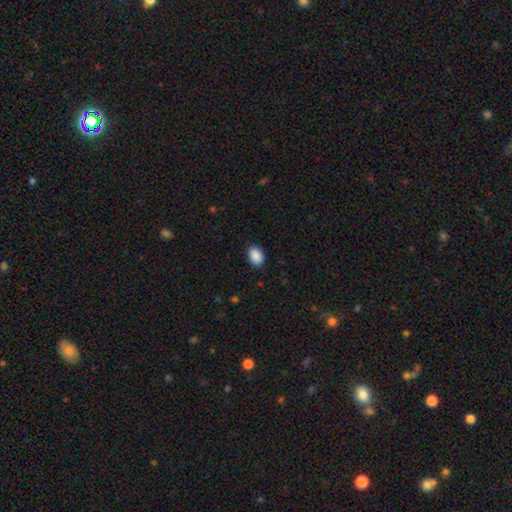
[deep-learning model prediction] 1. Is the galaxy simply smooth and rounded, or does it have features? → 90% smooth, 7% star or artifact, 3% featured or disk.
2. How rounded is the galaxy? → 78% in between, 21% round, 1% cigar-shaped.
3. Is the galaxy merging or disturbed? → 87% none, 10% minor disturbance, 2% major disturbance, 1% merger.